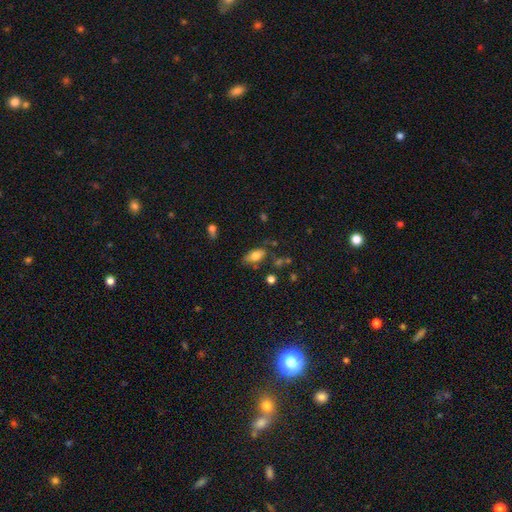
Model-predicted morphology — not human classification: This appears to be a smooth galaxy with no disk features (73%) that is in between round and cigar-shaped (87%). Merging: none (66%).